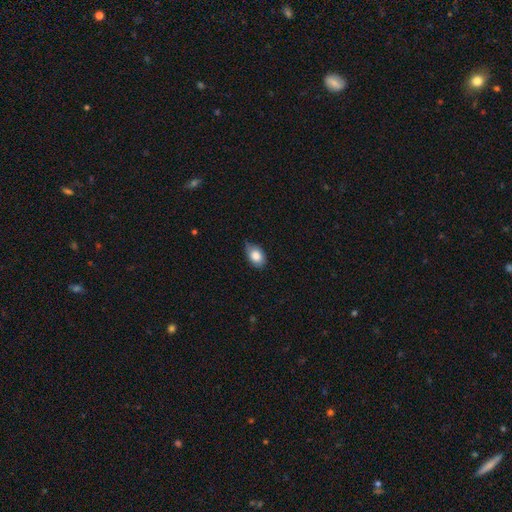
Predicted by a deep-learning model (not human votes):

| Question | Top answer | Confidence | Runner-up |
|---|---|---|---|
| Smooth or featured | smooth | 83% | featured or disk (10%) |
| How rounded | in between | 83% | round (16%) |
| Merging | none | 56% | minor disturbance (36%) |